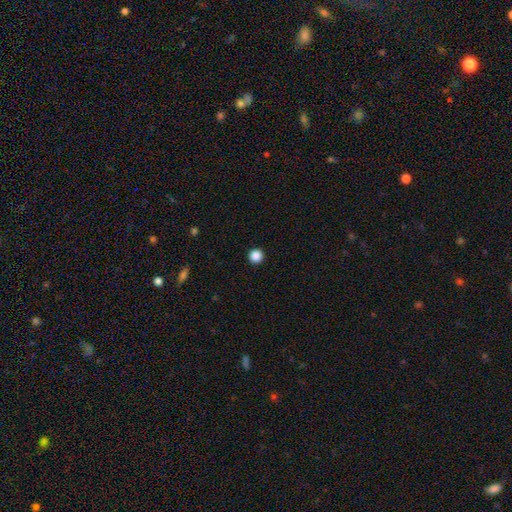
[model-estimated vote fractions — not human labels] This appears to be a smooth galaxy with no disk features (87%) that is round (97%). Merging: none (94%).